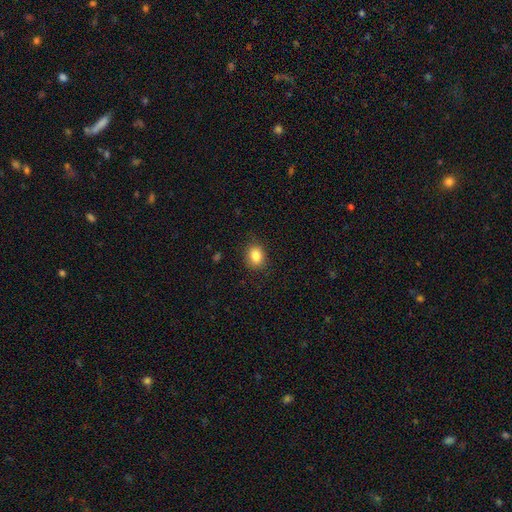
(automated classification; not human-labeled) smooth 84%, star or artifact 10%, featured or disk 6%. Down the decision tree: how rounded — round (53%); merging — none (87%).